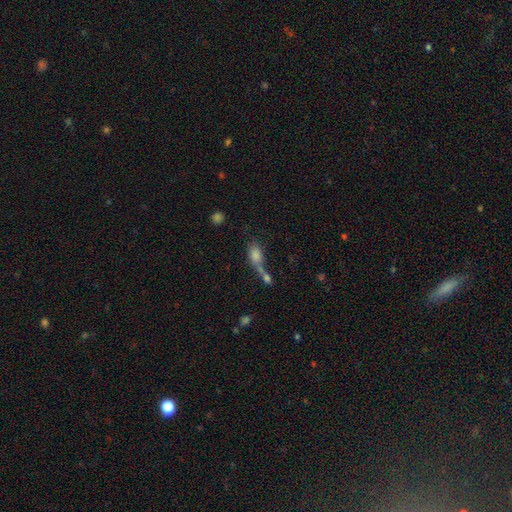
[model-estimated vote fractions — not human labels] smooth_or_featured: smooth (p=0.75) [alt: featured or disk p=0.14]
how_rounded: in between (p=0.81) [alt: cigar-shaped p=0.10]
merging: merger (p=0.48) [alt: none p=0.28]